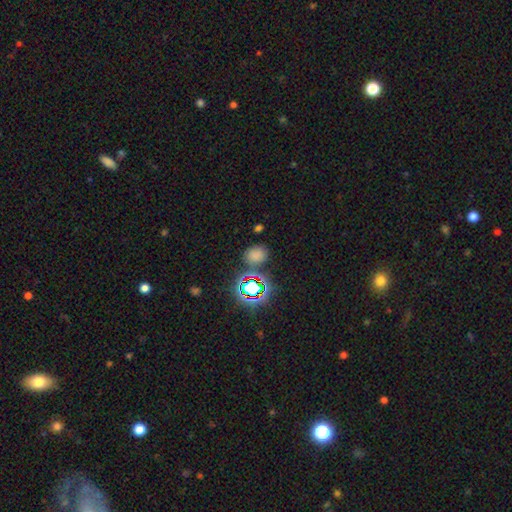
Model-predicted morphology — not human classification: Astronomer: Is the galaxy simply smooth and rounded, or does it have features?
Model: smooth — 63%.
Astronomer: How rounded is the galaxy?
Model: round — 52% (runner-up: in between, 46%).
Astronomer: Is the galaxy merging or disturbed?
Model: none — 73%.